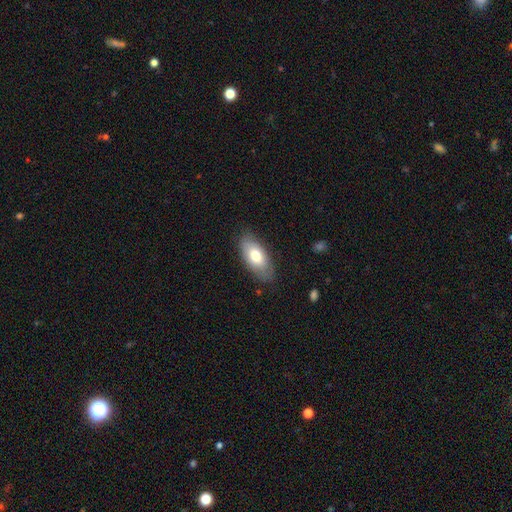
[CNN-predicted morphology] smooth 71%, featured or disk 23%, star or artifact 6%. Down the decision tree: how rounded — in between (90%); merging — none (80%).